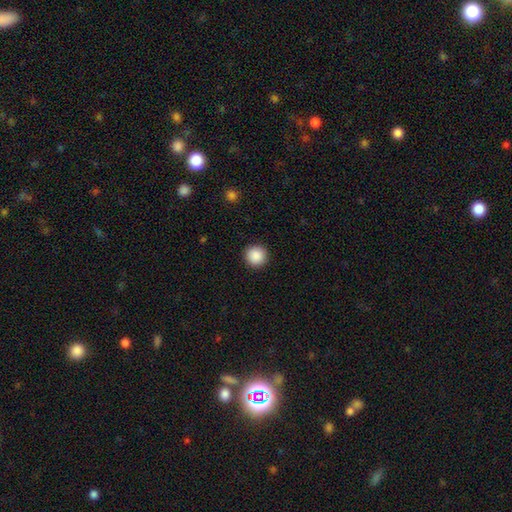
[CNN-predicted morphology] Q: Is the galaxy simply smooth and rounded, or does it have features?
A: smooth — 89%.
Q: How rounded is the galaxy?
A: round — 95%.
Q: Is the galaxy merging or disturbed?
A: none — 93%.